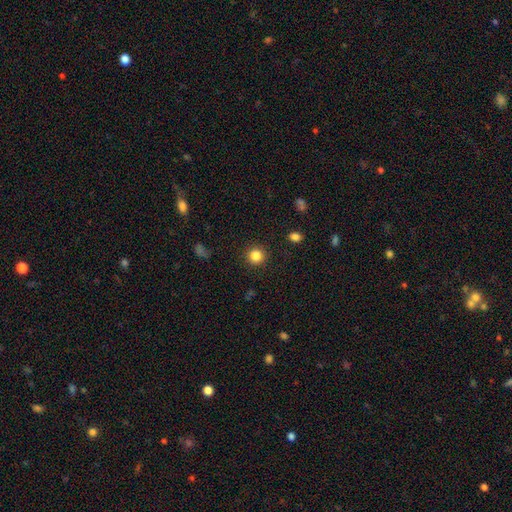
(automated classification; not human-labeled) smooth 84%, star or artifact 11%, featured or disk 4%. Down the decision tree: how rounded — round (94%); merging — none (92%).